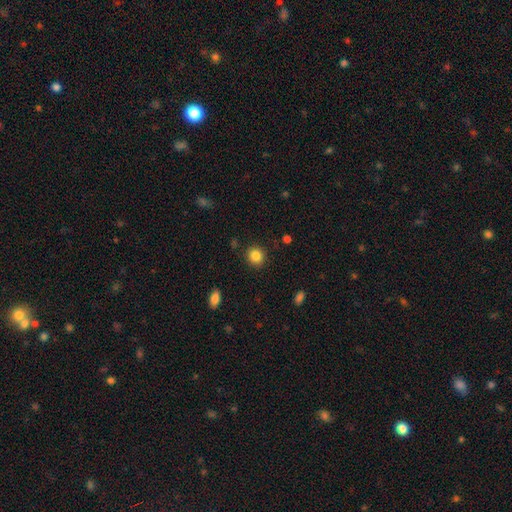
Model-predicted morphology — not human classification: type=smooth (85%); roundness=round (87%); merging=none (90%).